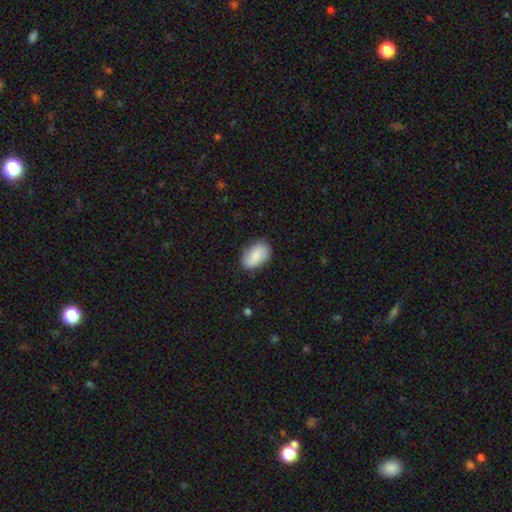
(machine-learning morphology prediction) type=smooth (82%); roundness=in between (91%); merging=none (80%).